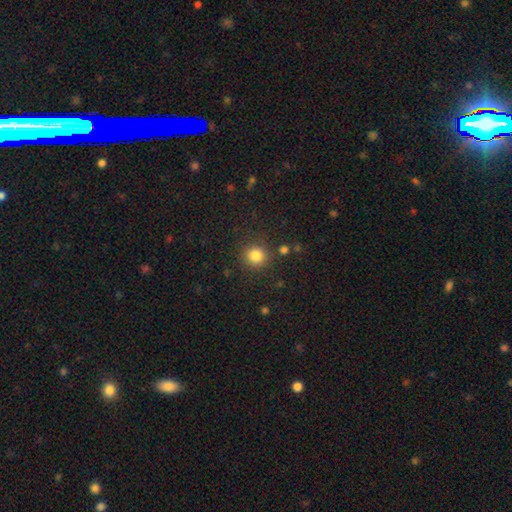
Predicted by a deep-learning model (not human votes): A smooth galaxy with no disk features (83%) that is round (90%). Merging: none (86%).